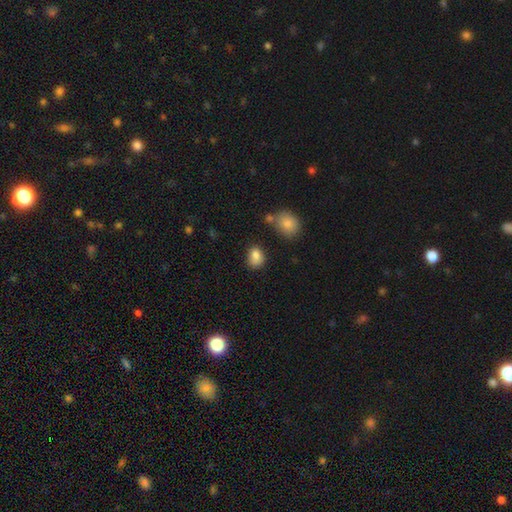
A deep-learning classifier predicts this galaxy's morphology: type=smooth (83%); roundness=in between (59%); merging=none (66%).